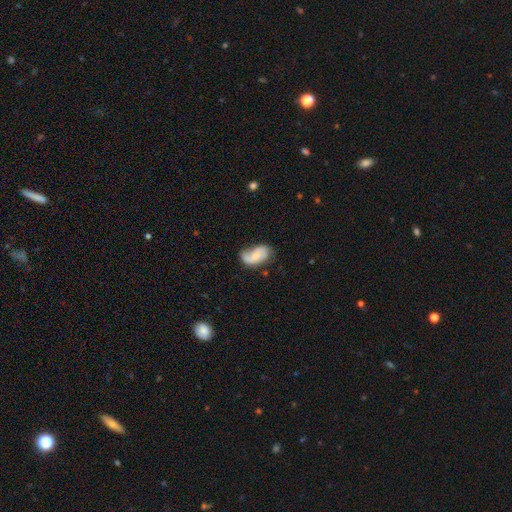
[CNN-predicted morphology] Overall: featured or disk (60%; smooth 34%). Edge-on disk: no (96%). Bar: no (68%). Spiral arms: yes (86%). Bulge size: small (50%; moderate 42%). Merging: none (51%; minor disturbance 32%).